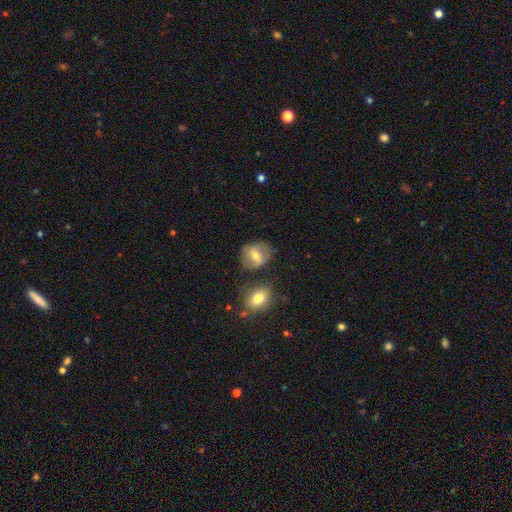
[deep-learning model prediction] Smooth or featured: smooth — 53% (featured or disk — 38%)
How rounded: in between — 49% (tied with round — 49%)
Merging: none — 64% (minor disturbance — 20%)